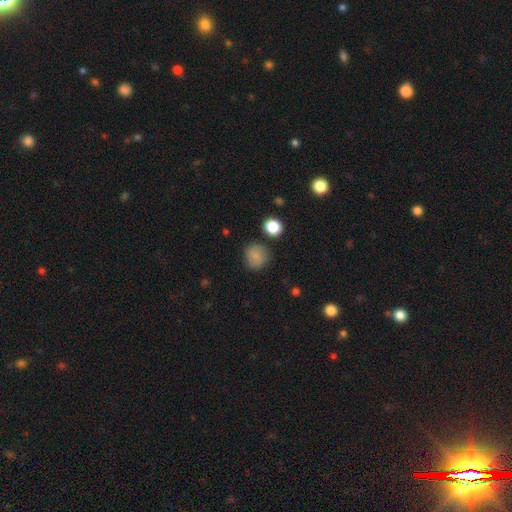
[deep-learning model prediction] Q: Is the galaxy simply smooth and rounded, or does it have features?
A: smooth — 79%.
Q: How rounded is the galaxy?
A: round — 88%.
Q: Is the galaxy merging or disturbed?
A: none — 81%.